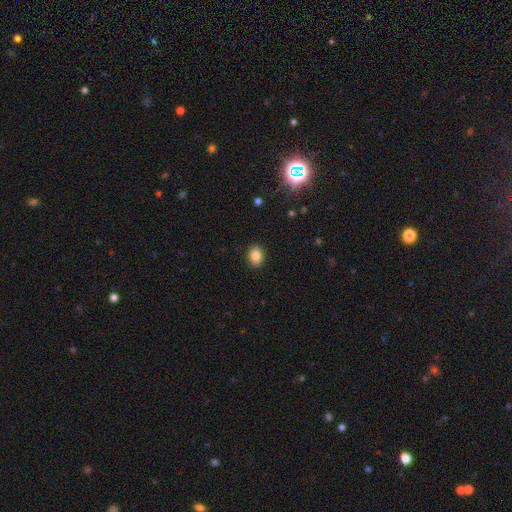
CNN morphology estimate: smooth_or_featured: smooth (p=0.85) [alt: star or artifact p=0.10]
how_rounded: in between (p=0.56) [alt: round p=0.44]
merging: none (p=0.90) [alt: minor disturbance p=0.07]